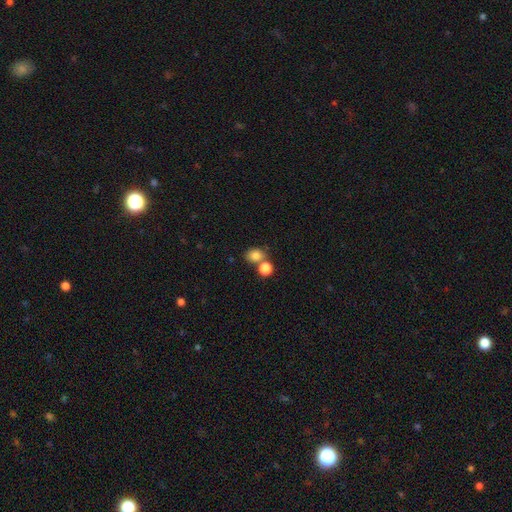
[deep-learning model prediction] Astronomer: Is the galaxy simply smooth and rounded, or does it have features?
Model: smooth — 81%.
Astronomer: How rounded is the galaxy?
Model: round — 53% (runner-up: in between, 46%).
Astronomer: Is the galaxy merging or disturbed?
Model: none — 55% (runner-up: merger, 31%).